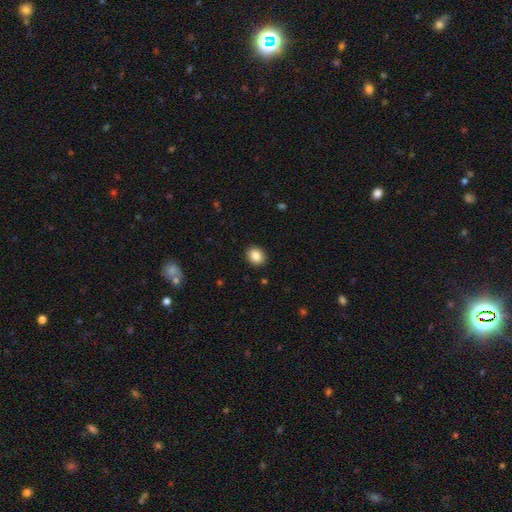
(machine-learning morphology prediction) type=smooth (87%); roundness=round (58%); merging=none (91%).